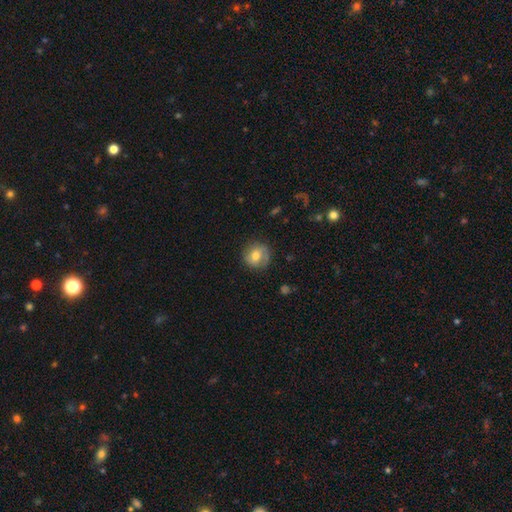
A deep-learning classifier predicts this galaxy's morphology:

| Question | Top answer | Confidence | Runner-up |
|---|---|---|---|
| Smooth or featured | smooth | 62% | featured or disk (30%) |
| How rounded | round | 88% | in between (11%) |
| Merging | none | 78% | minor disturbance (16%) |